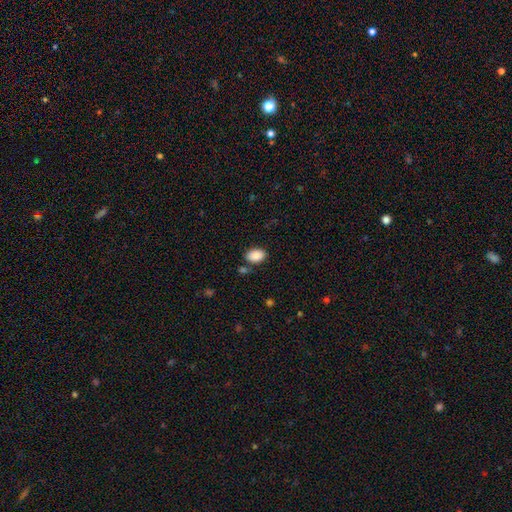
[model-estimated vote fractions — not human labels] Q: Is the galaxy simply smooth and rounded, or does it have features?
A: smooth — 89%.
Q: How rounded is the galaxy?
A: in between — 89%.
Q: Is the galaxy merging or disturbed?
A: none — 80%.